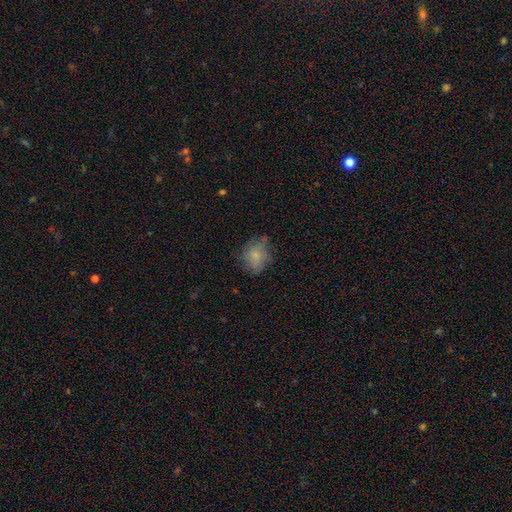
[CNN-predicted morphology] This appears to be a smooth galaxy with no disk features (70%) that is round (64%). Merging: none (60%).